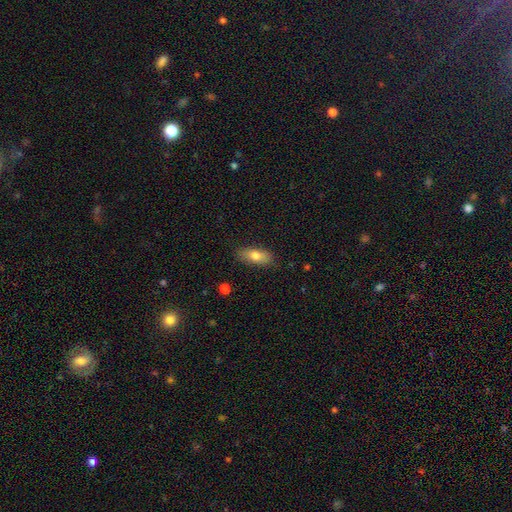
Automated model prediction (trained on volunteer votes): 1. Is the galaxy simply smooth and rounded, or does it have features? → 74% smooth, 19% featured or disk, 7% star or artifact.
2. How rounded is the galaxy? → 75% in between, 21% cigar-shaped, 4% round.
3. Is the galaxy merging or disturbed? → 84% none, 12% minor disturbance, 3% major disturbance, 1% merger.